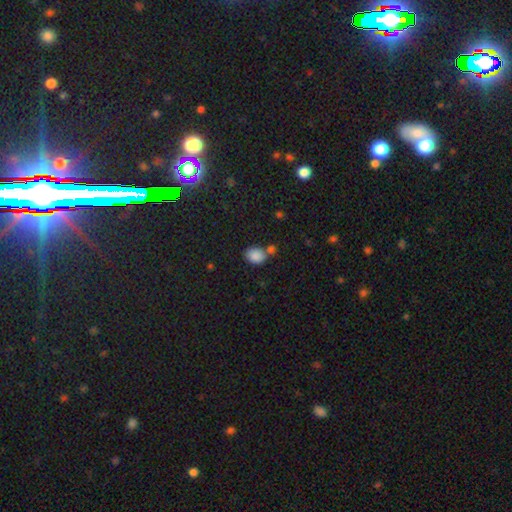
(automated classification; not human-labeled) Overall: smooth (86%). How rounded: in between (63%; round 36%). Merging: none (60%; merger 22%).